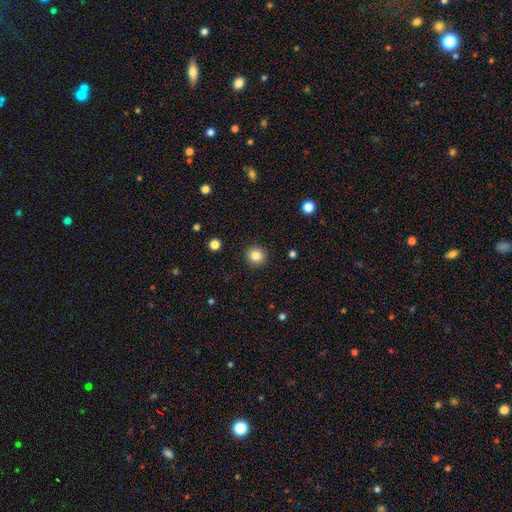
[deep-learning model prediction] The model was most divided on "smooth or featured": smooth: 84%, star or artifact: 11%, featured or disk: 5%. More confident: how rounded — round (94%); merging — none (92%).